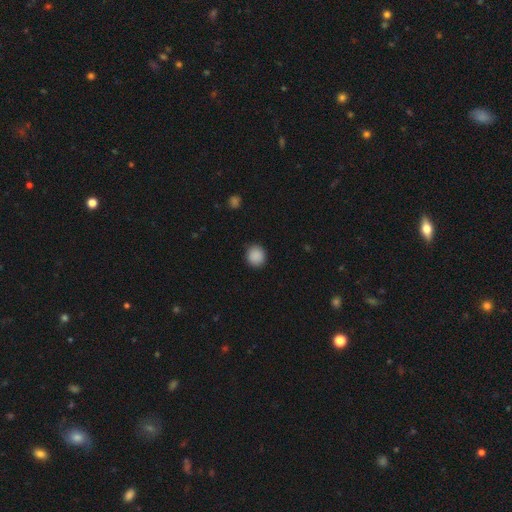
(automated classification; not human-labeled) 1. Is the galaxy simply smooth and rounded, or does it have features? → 89% smooth, 8% star or artifact, 3% featured or disk.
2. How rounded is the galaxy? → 89% round, 10% in between, 1% cigar-shaped.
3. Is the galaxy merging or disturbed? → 90% none, 7% minor disturbance, 2% major disturbance, 1% merger.